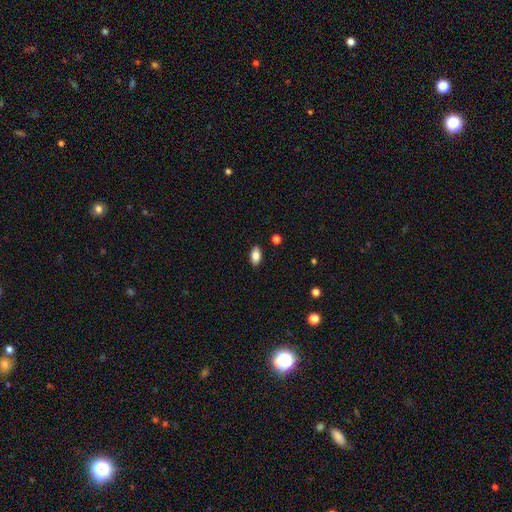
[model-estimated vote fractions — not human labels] This is clearly a smooth galaxy (84%). How rounded: clearly in between (91%). Merging: clearly none (89%).